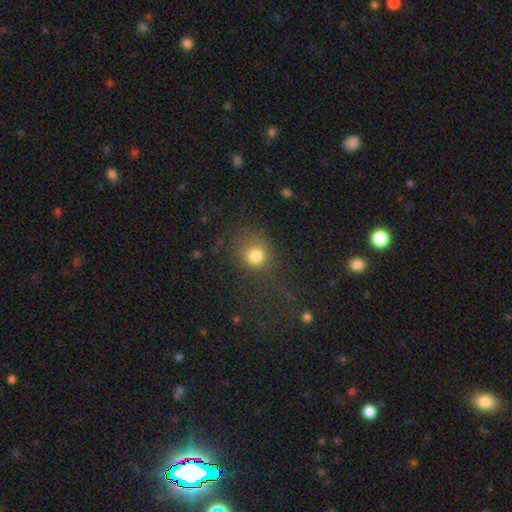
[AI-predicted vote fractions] A smooth galaxy with no disk features (78%) that is round (81%). Merging: none (66%).